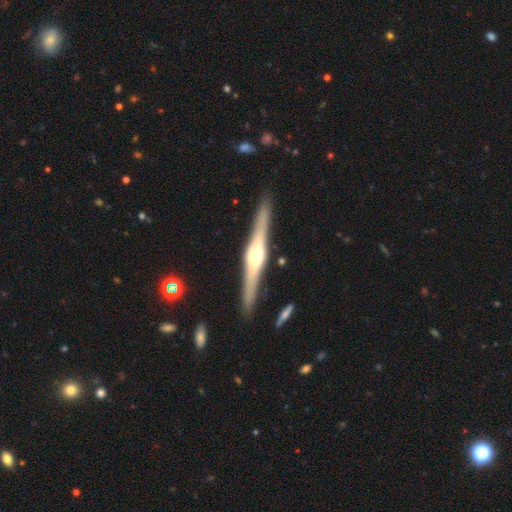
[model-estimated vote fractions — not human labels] A featured or disk galaxy (80%) viewed edge-on (98%) with a rounded central bulge (89%).

Vote fractions:
- Smooth or featured? featured or disk: 80% / smooth: 15% / star or artifact: 5%
- Edge-on disk? yes: 98% / no: 2%
- Edge-on bulge? rounded: 89% / boxy: 9% / none: 3%
- Merging? none: 90% / minor disturbance: 7% / major disturbance: 2% / merger: 1%